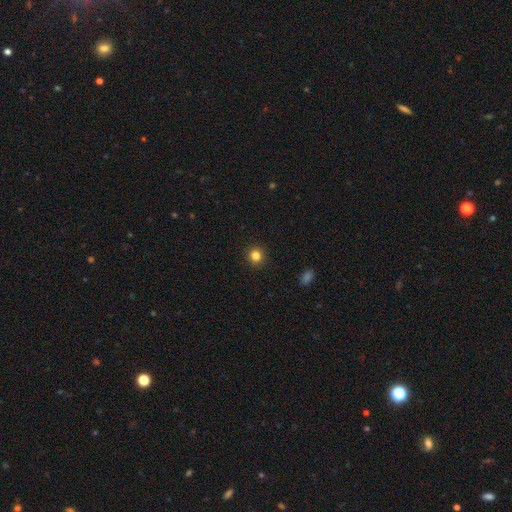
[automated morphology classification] This appears to be a smooth galaxy with no disk features (83%) that is round (93%). Merging: none (93%).